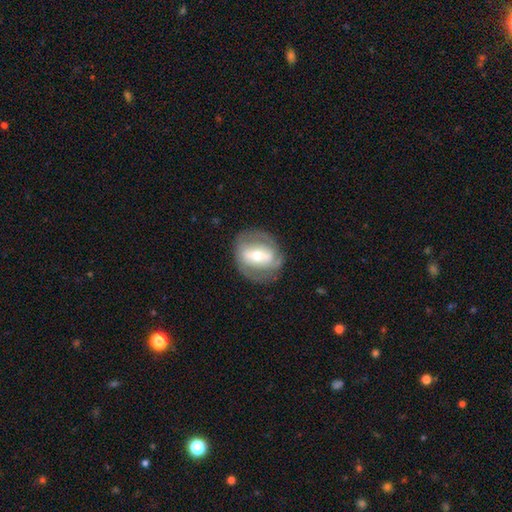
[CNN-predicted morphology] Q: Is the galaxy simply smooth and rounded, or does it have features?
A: featured or disk — 72%.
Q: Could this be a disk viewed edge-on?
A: no — 93%.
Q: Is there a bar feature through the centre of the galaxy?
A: strong — 57%.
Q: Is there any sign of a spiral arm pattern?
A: yes — 64%.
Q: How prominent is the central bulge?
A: moderate — 58%.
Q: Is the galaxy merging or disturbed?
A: none — 76%.